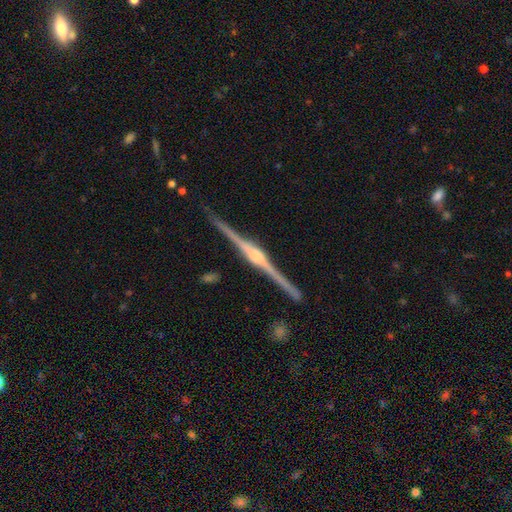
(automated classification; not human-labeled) Morphology: type=featured or disk (91%); edge-on=yes (99%); edge-on bulge=rounded (83%); merging=none (90%).